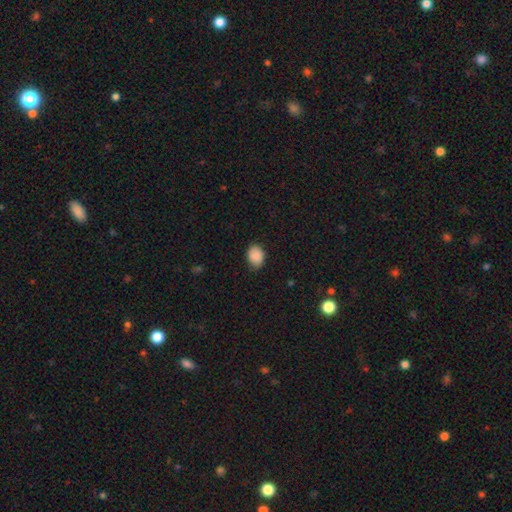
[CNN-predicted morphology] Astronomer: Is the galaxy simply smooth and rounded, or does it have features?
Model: smooth — 89%.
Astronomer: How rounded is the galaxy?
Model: in between — 63%.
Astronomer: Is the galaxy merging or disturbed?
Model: none — 80%.